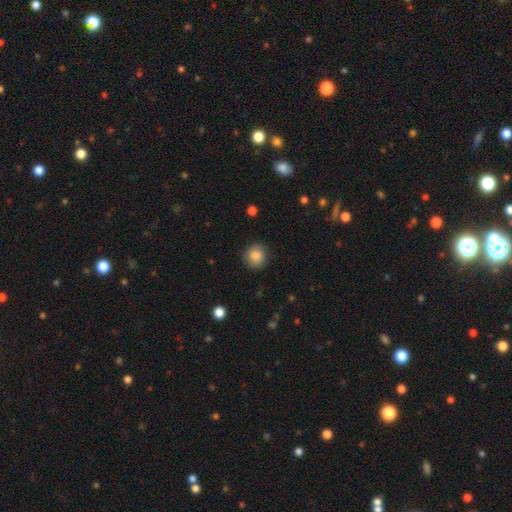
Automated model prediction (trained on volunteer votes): A smooth galaxy with no disk features (84%) that is round (86%). Merging: none (87%).